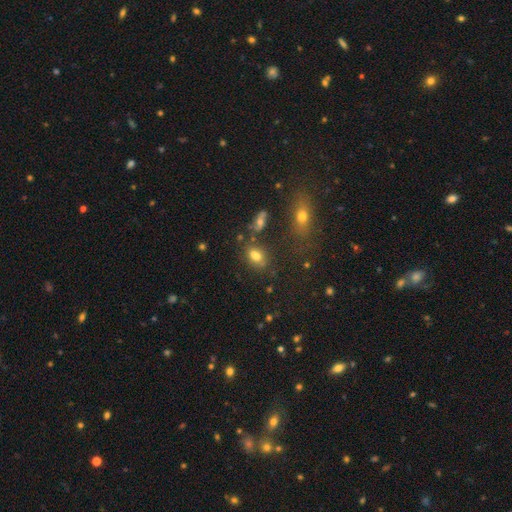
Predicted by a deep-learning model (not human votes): Morphology: type=smooth (73%); roundness=in between (79%); merging=none (62%).